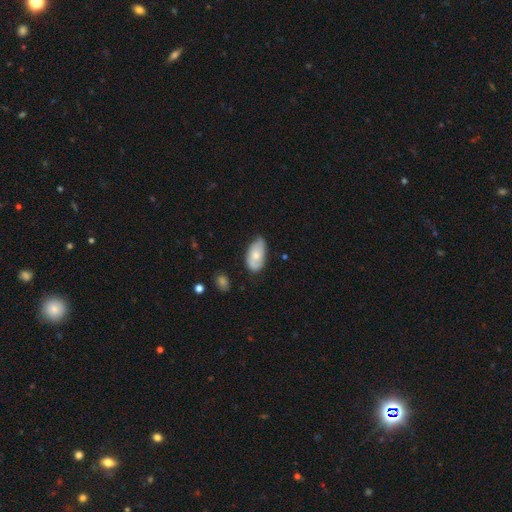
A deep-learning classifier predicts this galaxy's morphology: Overall: smooth (65%; featured or disk 28%). How rounded: in between (93%). Merging: none (59%; minor disturbance 34%).